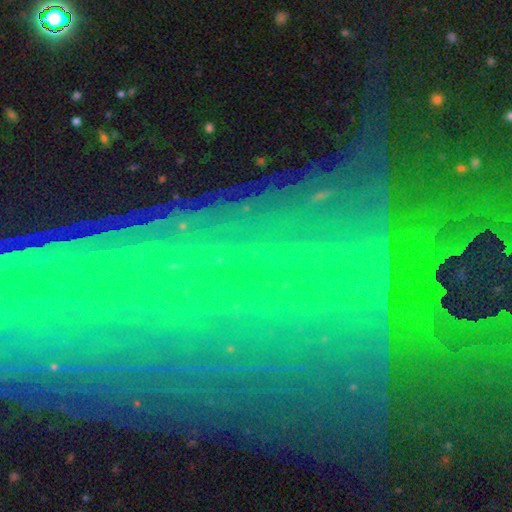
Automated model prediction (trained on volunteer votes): The model was most divided on "smooth or featured": star or artifact: 73%, featured or disk: 16%, smooth: 11%.